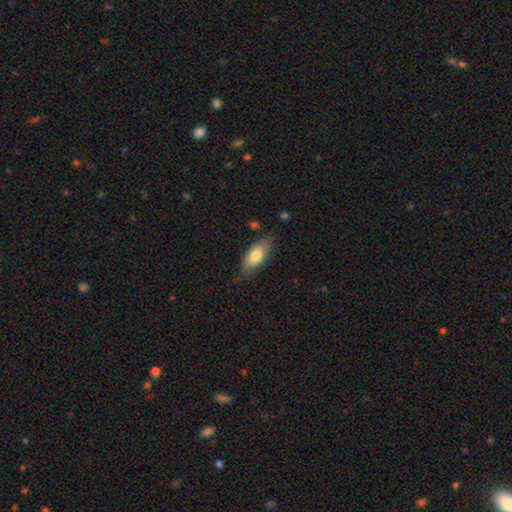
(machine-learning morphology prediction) Smooth or featured: smooth — 72% (featured or disk — 22%)
How rounded: in between — 81% (cigar-shaped — 16%)
Merging: none — 70% (minor disturbance — 23%)